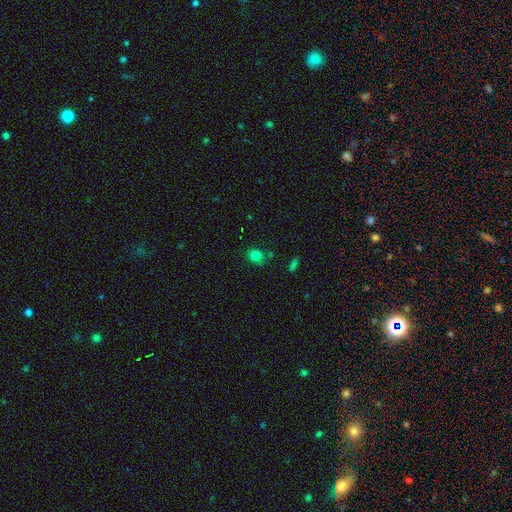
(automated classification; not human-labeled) This appears to be a smooth galaxy with no disk features (81%) that is round (71%). Merging: none (79%).